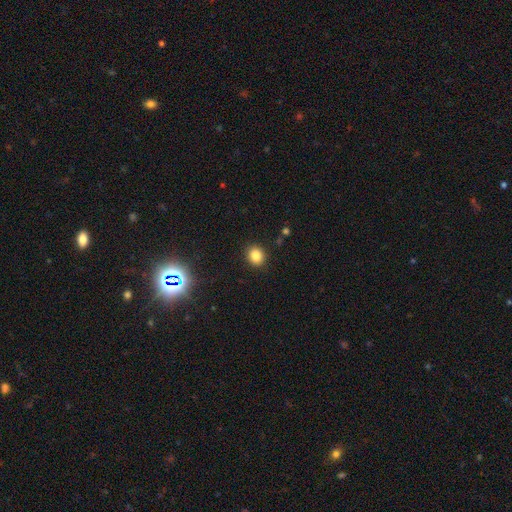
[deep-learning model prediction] Smooth or featured: smooth — 84% (star or artifact — 11%)
How rounded: round — 68% (in between — 31%)
Merging: none — 90% (minor disturbance — 7%)